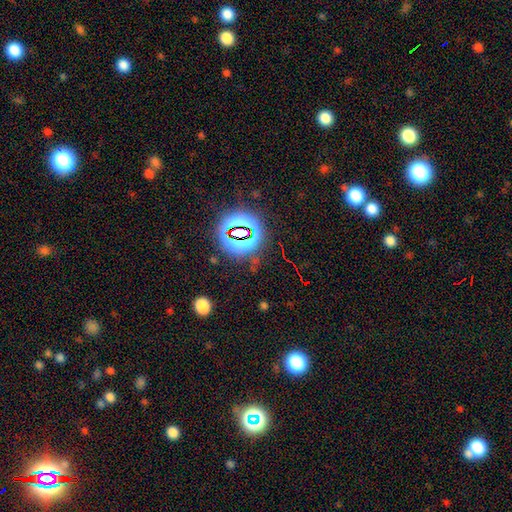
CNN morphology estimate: Smooth or featured? star or artifact (77%)